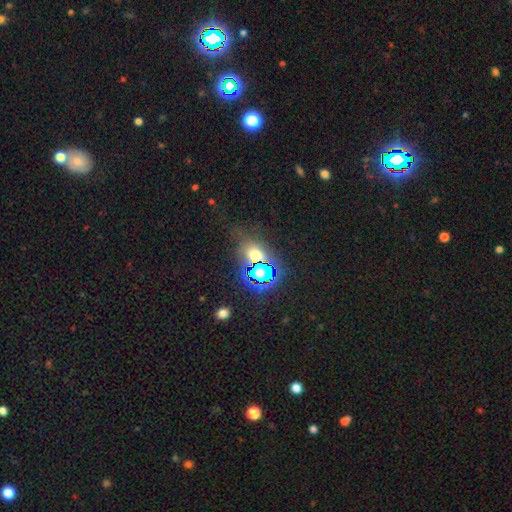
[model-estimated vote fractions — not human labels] star or artifact 47%, smooth 40%, featured or disk 13%.